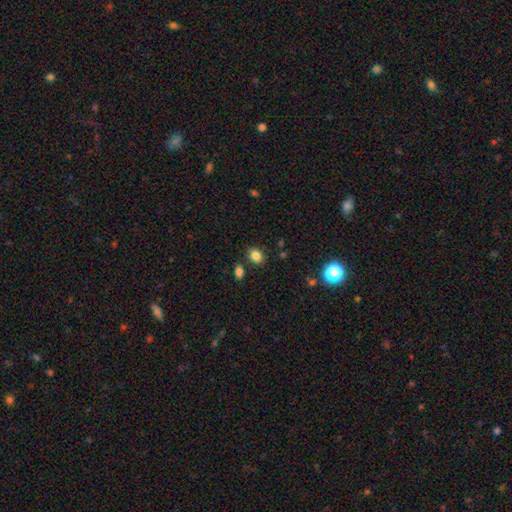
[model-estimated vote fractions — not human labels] This appears to be a smooth galaxy with no disk features (83%) that is in between round and cigar-shaped (58%). Merging: none (80%).